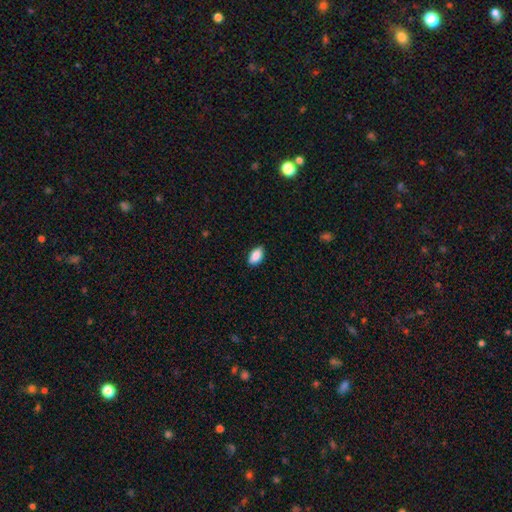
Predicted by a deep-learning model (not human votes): This appears to be a smooth galaxy with no disk features (88%) that is in between round and cigar-shaped (93%). Merging: none (88%).